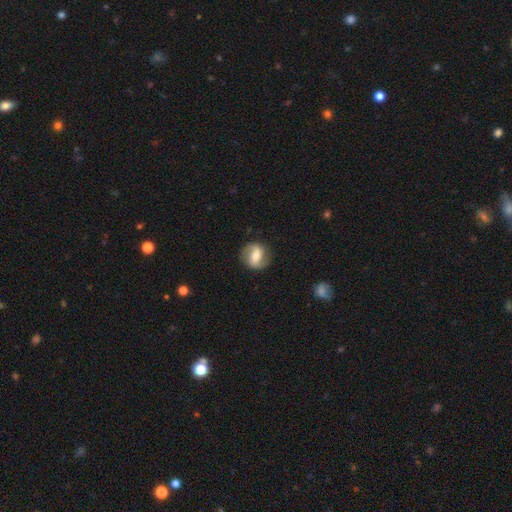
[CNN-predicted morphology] smooth_or_featured: featured or disk (p=0.70) [alt: smooth p=0.24]
disk_edge_on: no (p=0.97) [alt: yes p=0.03]
bar: weak (p=0.39) [alt: strong p=0.38]
has_spiral_arms: yes (p=0.89) [alt: no p=0.11]
spiral_winding: loose (p=0.43) [alt: medium p=0.40]
spiral_arm_count: 2 (p=0.90) [alt: can't tell p=0.04]
bulge_size: moderate (p=0.60) [alt: small p=0.29]
merging: none (p=0.84) [alt: minor disturbance p=0.11]